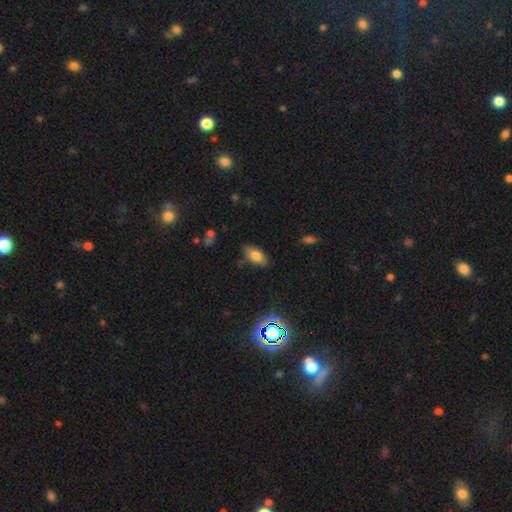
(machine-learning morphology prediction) Smooth or featured? Predicted: smooth (p=0.77). How rounded? Predicted: in between (p=0.92). Merging? Predicted: none (p=0.80).